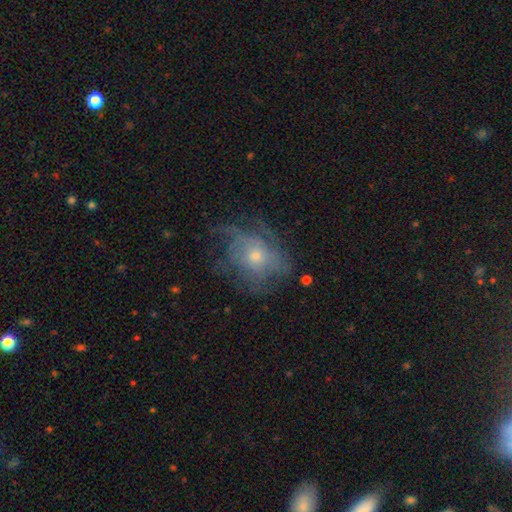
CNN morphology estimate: Smooth or featured: featured or disk — 63% (smooth — 23%)
Edge-on disk: no — 95% (yes — 5%)
Bar: no — 84% (weak — 14%)
Spiral arms: yes — 72% (no — 28%)
Bulge size: small — 50% (moderate — 44%)
Merging: none — 59% (minor disturbance — 21%)